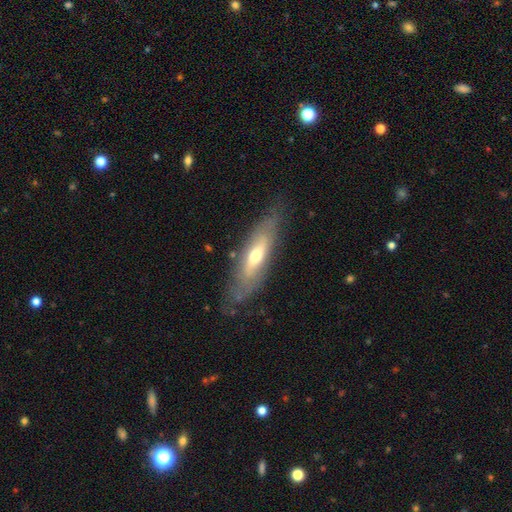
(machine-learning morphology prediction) A featured or disk galaxy (53%).

Vote fractions:
- Smooth or featured? featured or disk: 53% / smooth: 41% / star or artifact: 6%
- Edge-on disk? no: 53% / yes: 47%
- Merging? none: 71% / minor disturbance: 20% / major disturbance: 7% / merger: 2%